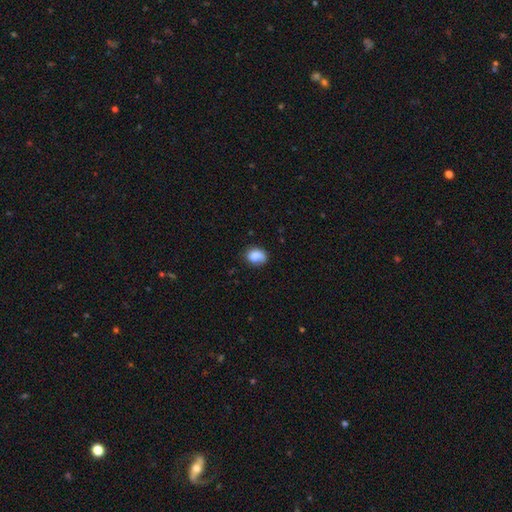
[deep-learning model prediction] Q: Smooth or featured?
A: smooth (82%); runner-up: featured or disk (10%)
Q: How rounded?
A: in between (62%); runner-up: round (36%)
Q: Merging?
A: none (64%); runner-up: minor disturbance (25%)